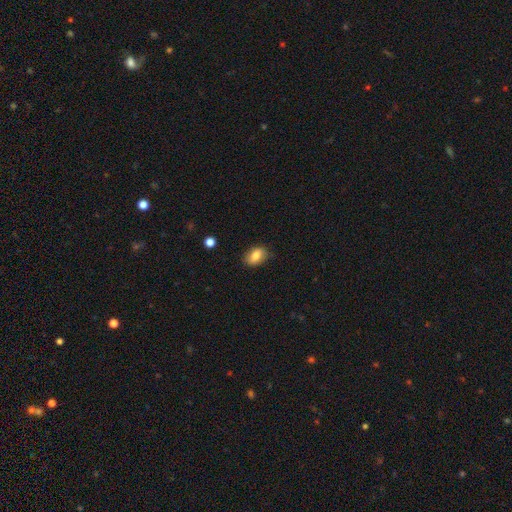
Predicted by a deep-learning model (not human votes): A smooth galaxy with no disk features (82%) that is in between round and cigar-shaped (86%).

Vote fractions:
- Smooth or featured? smooth: 82% / featured or disk: 10% / star or artifact: 8%
- How rounded? in between: 86% / round: 13% / cigar-shaped: 2%
- Merging? none: 82% / minor disturbance: 14% / major disturbance: 3% / merger: 1%